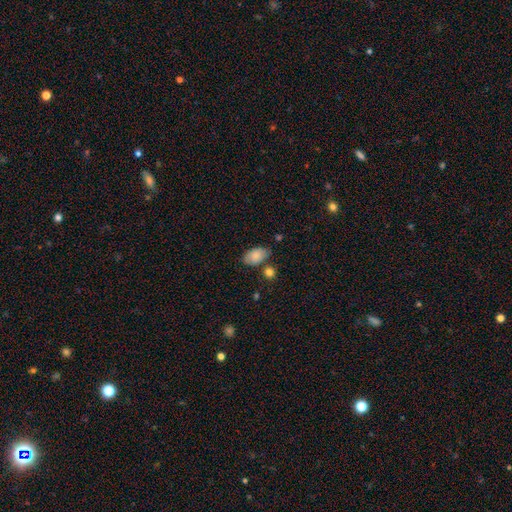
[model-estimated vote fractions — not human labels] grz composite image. It shows a smooth galaxy with no disk features (83%) that is in between round and cigar-shaped (91%). Merging: none (70%).